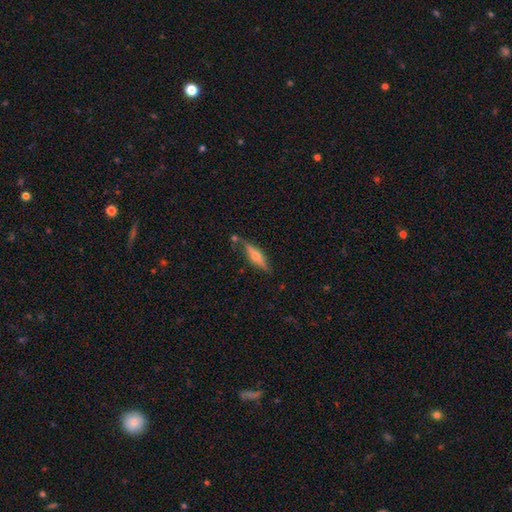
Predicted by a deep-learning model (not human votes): Smooth or featured: featured or disk — 54% (smooth — 39%)
Edge-on disk: yes — 93% (no — 7%)
Edge-on bulge: rounded — 82% (boxy — 10%)
Merging: none — 71% (minor disturbance — 17%)